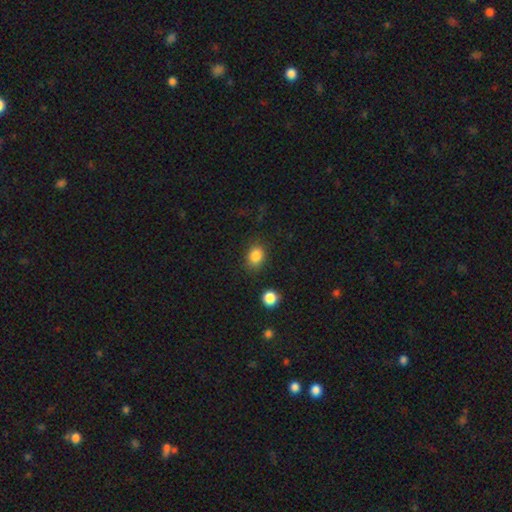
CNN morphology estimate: This appears to be a smooth galaxy with no disk features (85%) that is in between round and cigar-shaped (57%). Merging: none (79%).